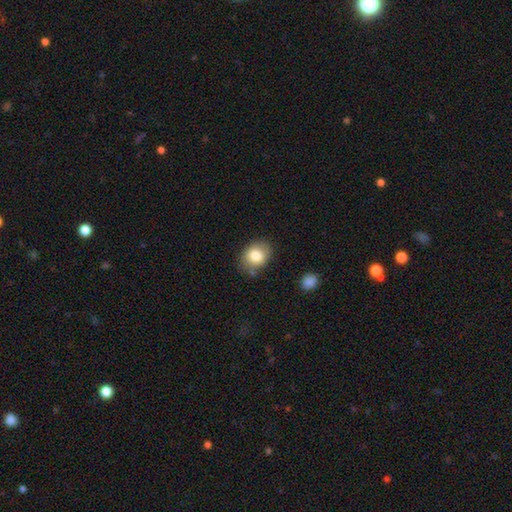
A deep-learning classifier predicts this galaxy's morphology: Overall: smooth (82%). How rounded: in between (59%; round 40%). Merging: none (77%).